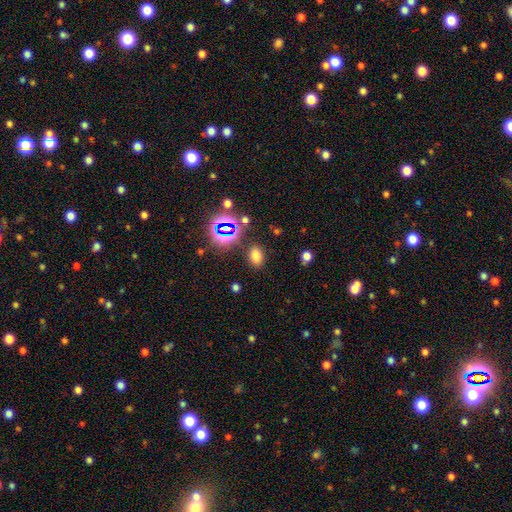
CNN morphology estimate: Smooth or featured?
  - smooth: 69% *
  - star or artifact: 24%
  - featured or disk: 7%
How rounded?
  - in between: 82% *
  - round: 16%
  - cigar-shaped: 2%
Merging?
  - none: 84% *
  - minor disturbance: 10%
  - major disturbance: 3%
  - merger: 3%